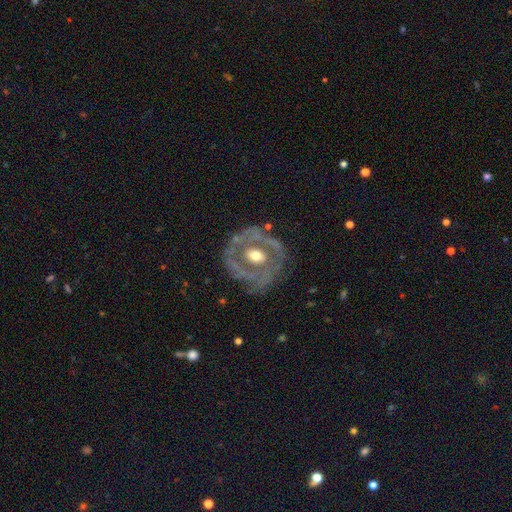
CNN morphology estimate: featured or disk 77%, smooth 18%, star or artifact 5%. Down the decision tree: edge-on disk — no (96%); bar — no (62%); spiral arms — yes (51%); bulge size — moderate (72%); merging — none (67%).